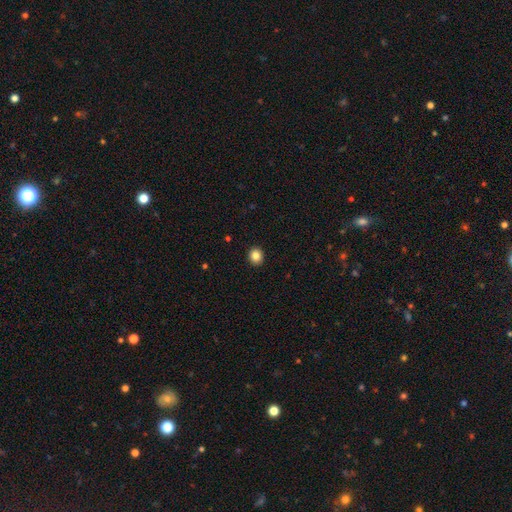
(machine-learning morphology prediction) Smooth or featured? smooth (85%)
How rounded? round (77%)
Merging? none (93%)